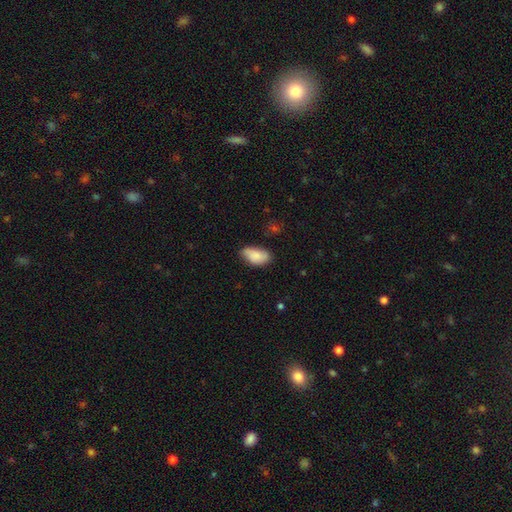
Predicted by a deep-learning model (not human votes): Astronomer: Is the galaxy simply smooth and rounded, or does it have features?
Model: smooth — 83%.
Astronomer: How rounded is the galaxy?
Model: in between — 93%.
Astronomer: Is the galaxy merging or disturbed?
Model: none — 59%.